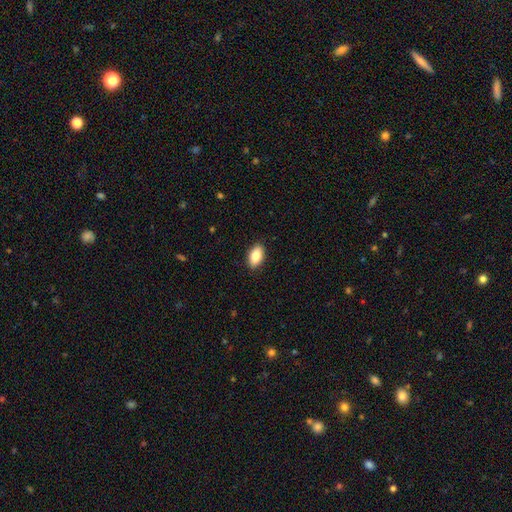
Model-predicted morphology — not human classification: This appears to be a smooth galaxy with no disk features (85%) that is in between round and cigar-shaped (92%). Merging: none (89%).